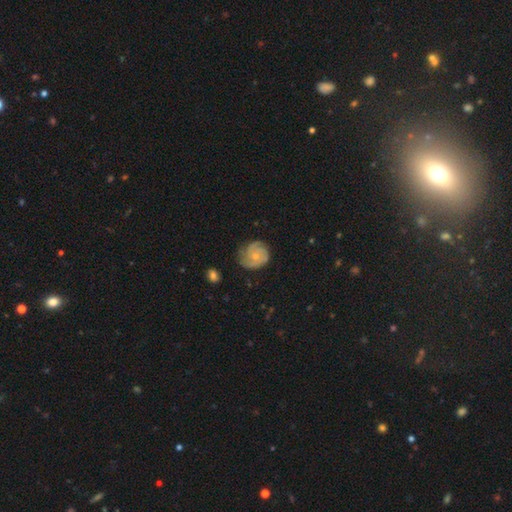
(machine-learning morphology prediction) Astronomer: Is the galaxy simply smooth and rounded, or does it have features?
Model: featured or disk — 72%.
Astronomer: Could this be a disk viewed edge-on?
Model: no — 98%.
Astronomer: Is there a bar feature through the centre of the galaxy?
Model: no — 80%.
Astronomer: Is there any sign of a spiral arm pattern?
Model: yes — 94%.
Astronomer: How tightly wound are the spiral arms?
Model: tight — 57% (runner-up: medium, 34%).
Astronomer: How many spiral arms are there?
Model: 3 — 42% (runner-up: 2, 23%).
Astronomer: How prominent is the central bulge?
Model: small — 66%.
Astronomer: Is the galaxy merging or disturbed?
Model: none — 70%.